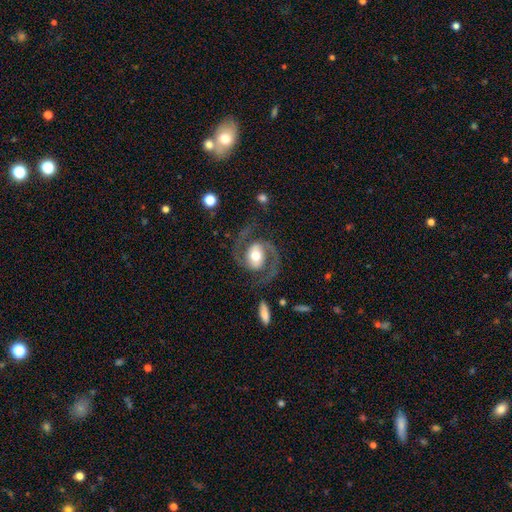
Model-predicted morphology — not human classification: Q: Smooth or featured?
A: featured or disk (90%); runner-up: smooth (6%)
Q: Edge-on disk?
A: no (98%); runner-up: yes (2%)
Q: Bar?
A: no (45%); runner-up: weak (35%)
Q: Spiral arms?
A: yes (97%); runner-up: no (3%)
Q: Spiral winding?
A: medium (61%); runner-up: loose (21%)
Q: Spiral arm count?
A: 2 (94%); runner-up: 1 (2%)
Q: Bulge size?
A: moderate (68%); runner-up: large (20%)
Q: Merging?
A: none (77%); runner-up: minor disturbance (12%)